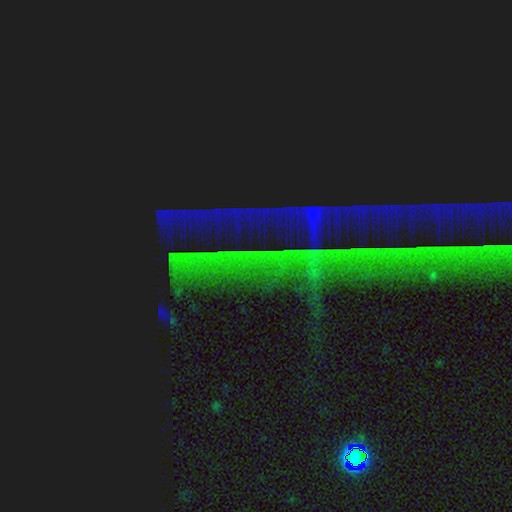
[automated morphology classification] Smooth or featured? Predicted: star or artifact (p=0.87).